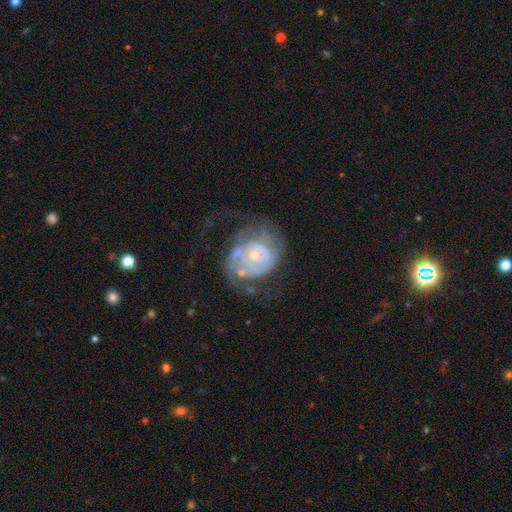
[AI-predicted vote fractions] smooth-or-featured: featured or disk: 73% | smooth: 19% | star or artifact: 8%
  disk-edge-on: no: 98% | yes: 2%
    bar: no: 81% | weak: 16% | strong: 3%
    has-spiral-arms: yes: 70% | no: 30%
    bulge-size: small: 70% | moderate: 23% | none: 3% | large: 2% | dominant: 1%
  merging: major disturbance: 37% (tied) | none: 37% (tied) | minor disturbance: 19% | merger: 8%